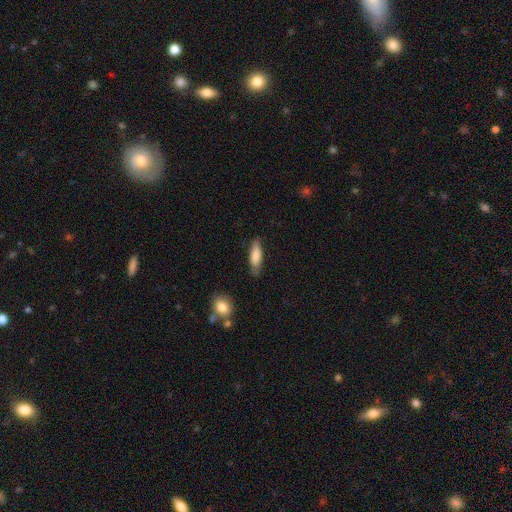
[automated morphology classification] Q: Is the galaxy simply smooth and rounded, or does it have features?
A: smooth — 78%.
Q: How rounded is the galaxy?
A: cigar-shaped — 54%.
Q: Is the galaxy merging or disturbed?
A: none — 76%.